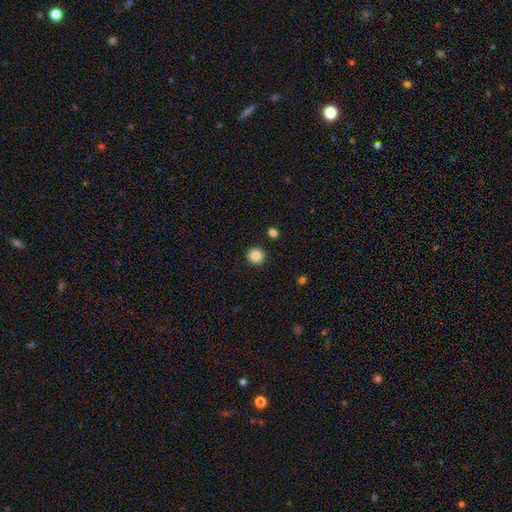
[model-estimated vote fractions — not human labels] Overall: smooth (87%). How rounded: round (94%). Merging: none (92%).